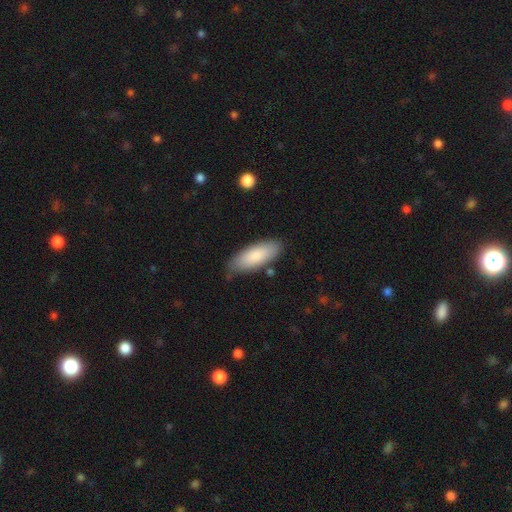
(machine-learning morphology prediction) smooth 83%, featured or disk 11%, star or artifact 5%. Down the decision tree: how rounded — in between (72%); merging — none (77%).